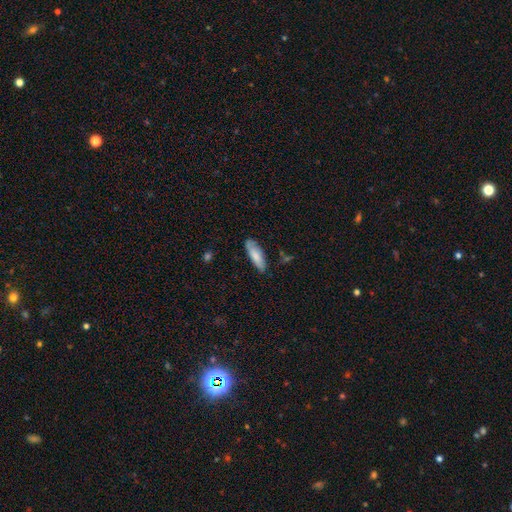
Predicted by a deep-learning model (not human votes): Smooth or featured? smooth (79%)
How rounded? in between (62%)
Merging? none (75%)